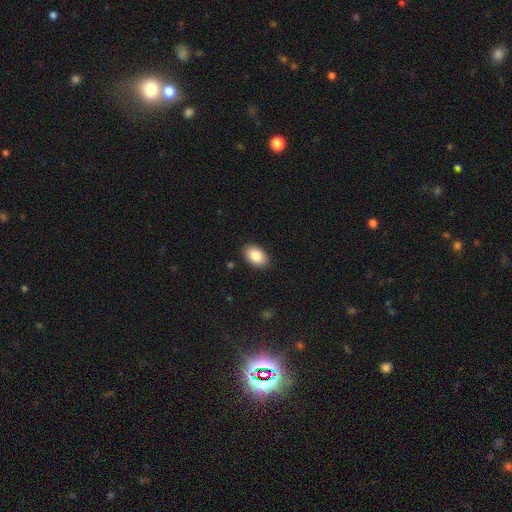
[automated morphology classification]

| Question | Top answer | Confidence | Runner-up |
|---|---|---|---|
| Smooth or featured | smooth | 86% | star or artifact (7%) |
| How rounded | in between | 90% | round (9%) |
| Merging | none | 88% | minor disturbance (9%) |